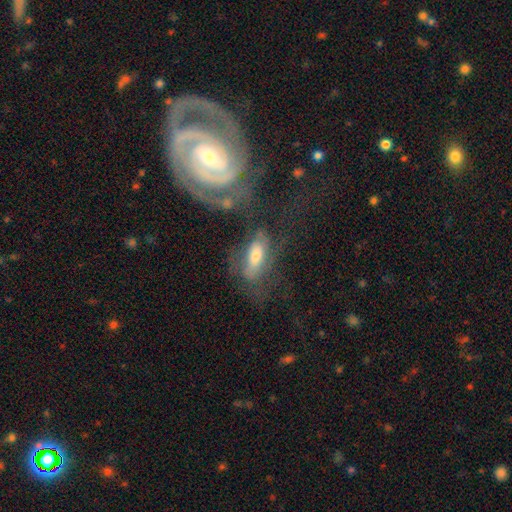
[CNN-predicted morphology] The model was most divided on "smooth or featured": featured or disk: 50%, smooth: 40%, star or artifact: 10%. Remaining: edge-on disk — no (75%); merging — none (41%).